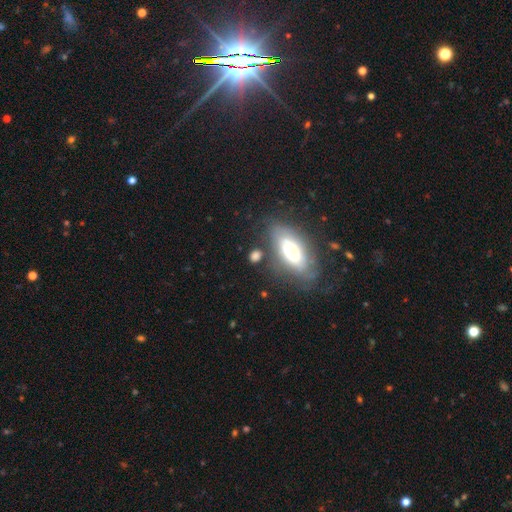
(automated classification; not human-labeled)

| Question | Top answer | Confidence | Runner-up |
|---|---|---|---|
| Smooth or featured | smooth | 61% | featured or disk (28%) |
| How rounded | in between | 74% | round (14%) |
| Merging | none | 67% | minor disturbance (18%) |